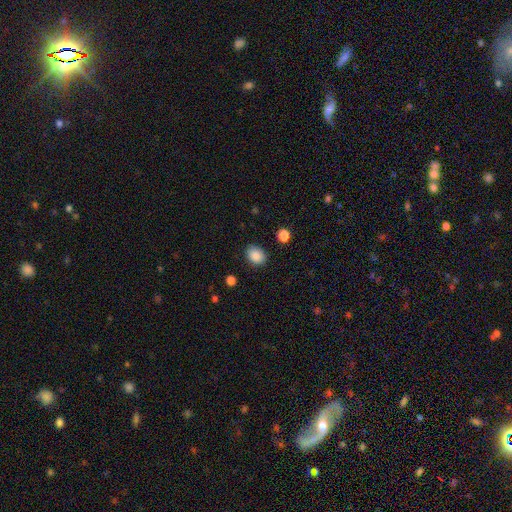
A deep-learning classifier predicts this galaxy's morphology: The model was most divided on "how rounded": in between: 61%, round: 38%, cigar-shaped: 1%. More confident: smooth or featured — smooth (88%); merging — none (86%).